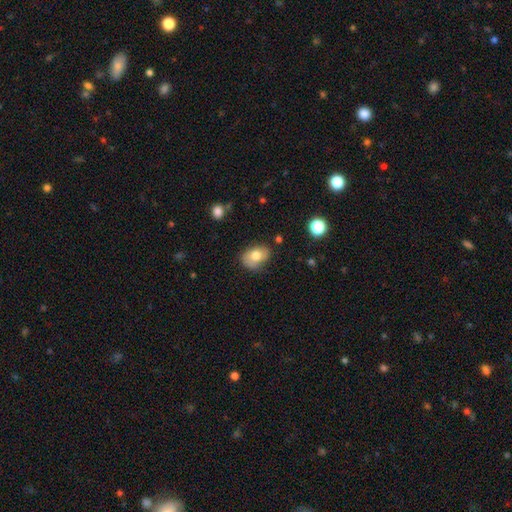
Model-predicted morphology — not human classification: This is likely a smooth galaxy (74%). How rounded: likely in between (77%). Merging: likely none (67%).